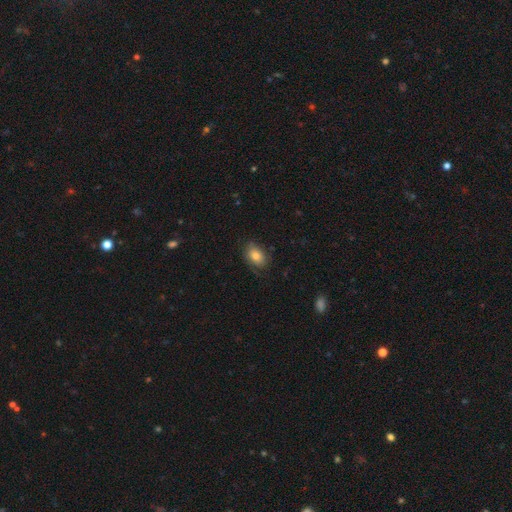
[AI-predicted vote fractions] A smooth galaxy with no disk features (75%) that is in between round and cigar-shaped (82%).

Vote fractions:
- Smooth or featured? smooth: 75% / featured or disk: 17% / star or artifact: 8%
- How rounded? in between: 82% / round: 17% / cigar-shaped: 1%
- Merging? none: 72% / minor disturbance: 20% / major disturbance: 6% / merger: 1%